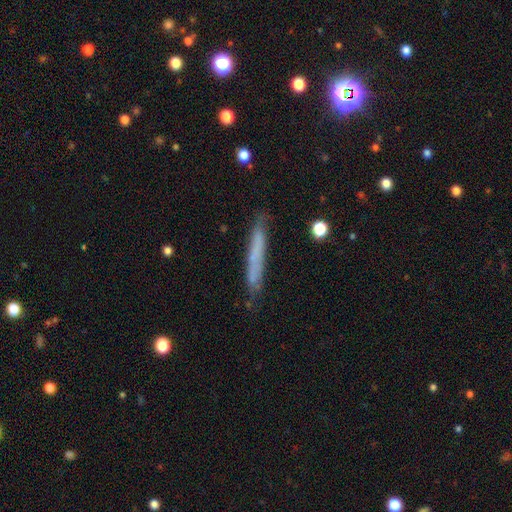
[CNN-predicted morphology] This is possibly a smooth galaxy (58%). How rounded: clearly cigar-shaped (95%). Merging: likely none (80%).